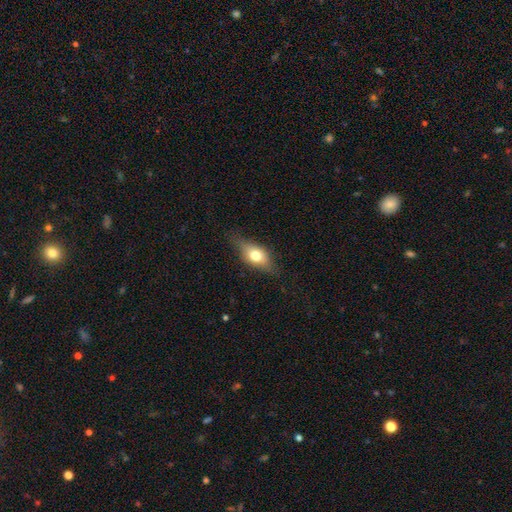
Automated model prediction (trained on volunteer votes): The model was most divided on "smooth or featured": smooth: 60%, featured or disk: 32%, star or artifact: 8%. More confident: how rounded — in between (75%); merging — none (73%).